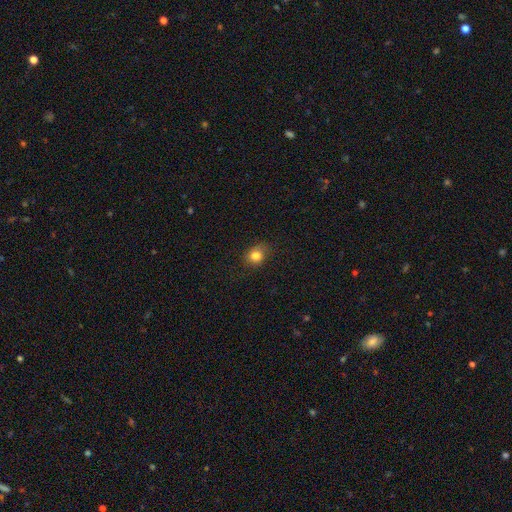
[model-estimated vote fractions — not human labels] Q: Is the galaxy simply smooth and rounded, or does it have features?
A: smooth — 81%.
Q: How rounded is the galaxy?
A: round — 63%.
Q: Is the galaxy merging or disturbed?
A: none — 76%.